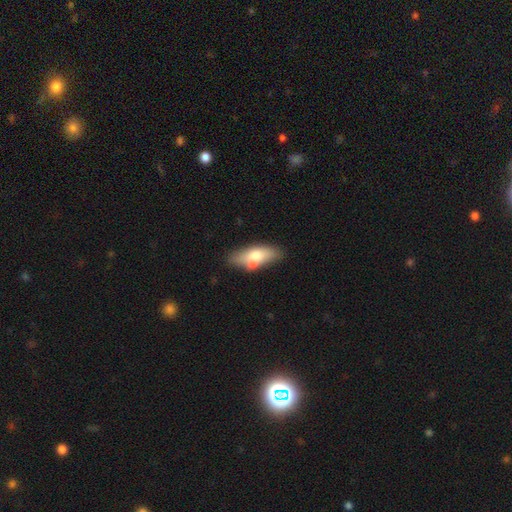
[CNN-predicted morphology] Smooth or featured? smooth (67%)
How rounded? in between (73%)
Merging? none (55%)